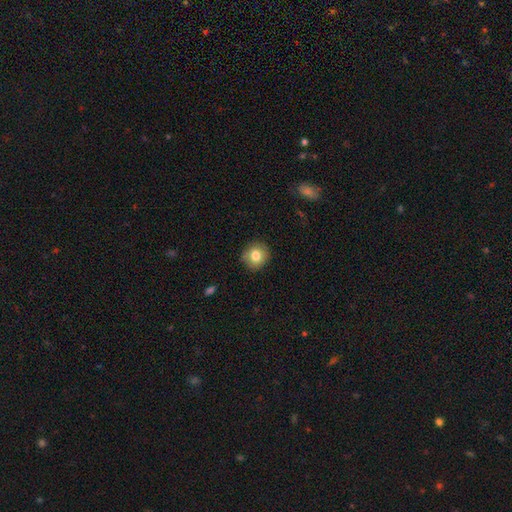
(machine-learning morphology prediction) A smooth galaxy with no disk features (80%) that is round (85%). Merging: none (86%).